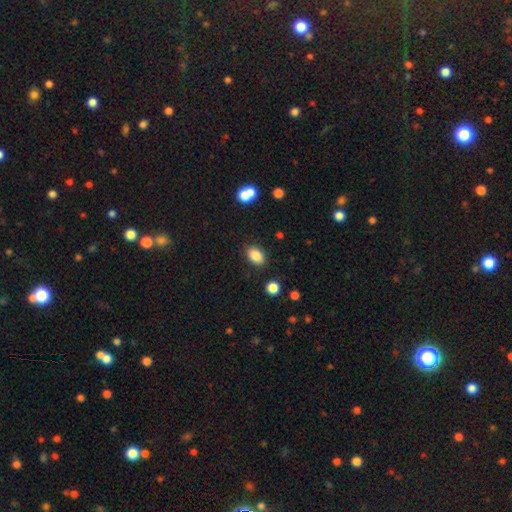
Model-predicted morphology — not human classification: The model was most divided on "how rounded": in between: 84%, round: 15%, cigar-shaped: 1%. More confident: merging — none (86%); smooth or featured — smooth (86%).